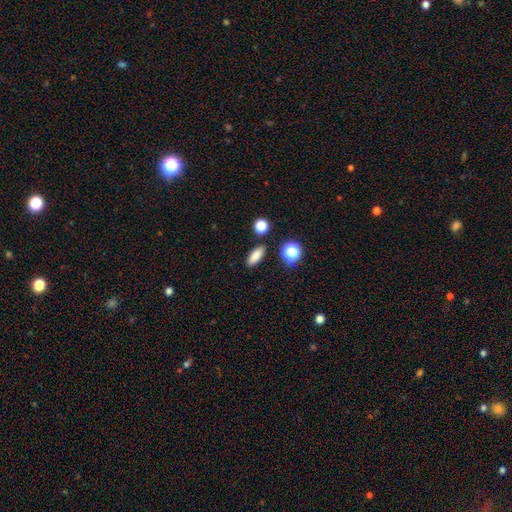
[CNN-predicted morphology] A smooth galaxy with no disk features (83%) that is in between round and cigar-shaped (73%).

Vote fractions:
- Smooth or featured? smooth: 83% / star or artifact: 11% / featured or disk: 5%
- How rounded? in between: 73% / cigar-shaped: 18% / round: 9%
- Merging? none: 87% / minor disturbance: 8% / merger: 3% / major disturbance: 2%